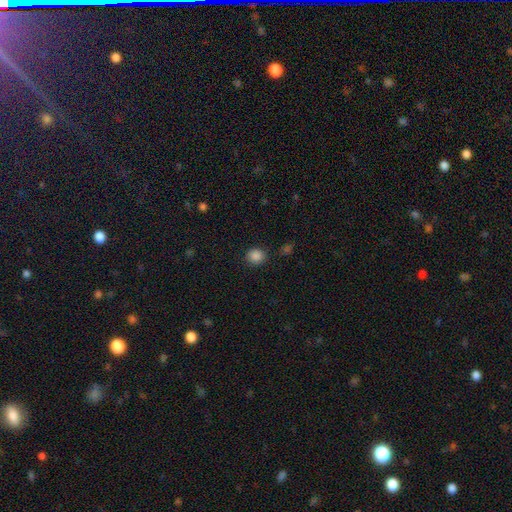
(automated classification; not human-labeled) This is clearly a smooth galaxy (86%). How rounded: clearly round (83%). Merging: clearly none (87%).